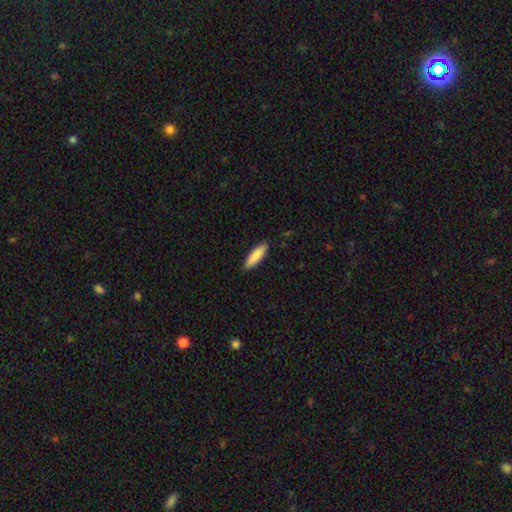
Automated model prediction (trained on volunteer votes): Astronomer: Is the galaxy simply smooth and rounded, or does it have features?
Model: smooth — 87%.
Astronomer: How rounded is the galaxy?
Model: cigar-shaped — 62%.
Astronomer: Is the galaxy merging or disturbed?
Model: none — 89%.